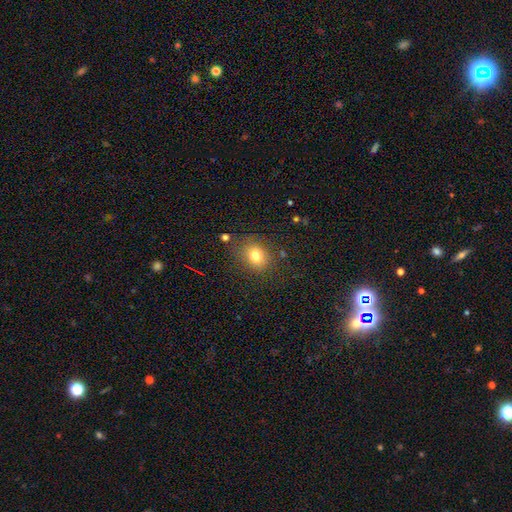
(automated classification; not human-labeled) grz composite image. It shows a smooth galaxy with no disk features (76%) that is round (63%). Merging: none (78%).